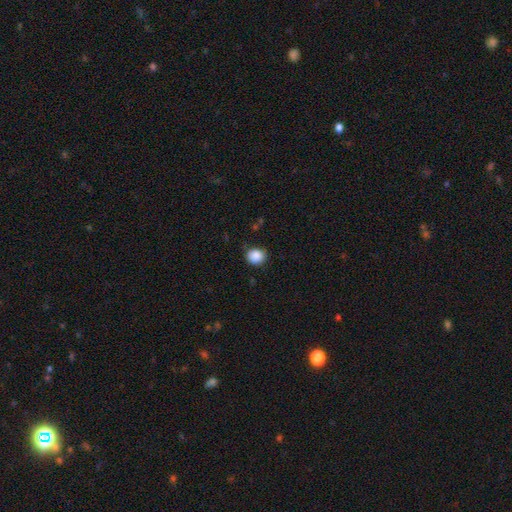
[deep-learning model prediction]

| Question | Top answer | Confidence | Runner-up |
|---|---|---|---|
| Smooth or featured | smooth | 88% | star or artifact (9%) |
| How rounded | round | 78% | in between (21%) |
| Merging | none | 82% | minor disturbance (14%) |